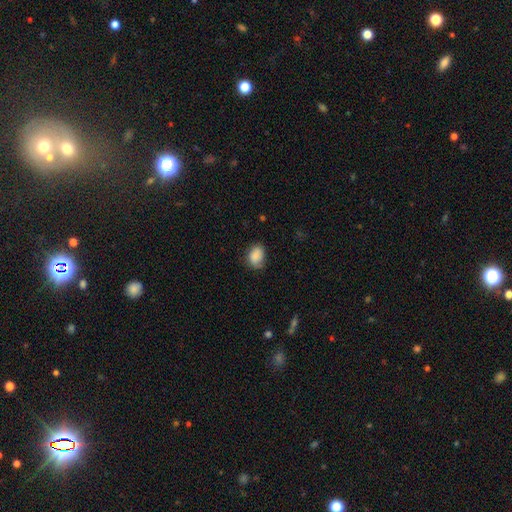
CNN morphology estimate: This appears to be a smooth galaxy with no disk features (85%) that is in between round and cigar-shaped (70%). Merging: none (67%).